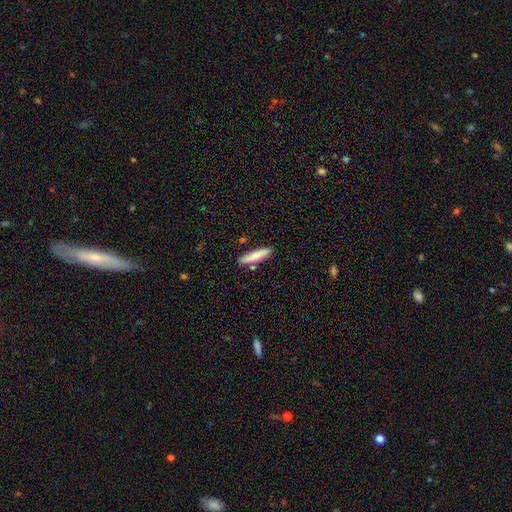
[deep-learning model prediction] smooth-or-featured: smooth: 75% | featured or disk: 20% | star or artifact: 6%
  how-rounded: cigar-shaped: 81% | in between: 17% | round: 2%
  merging: none: 83% | minor disturbance: 11% | merger: 4% | major disturbance: 2%